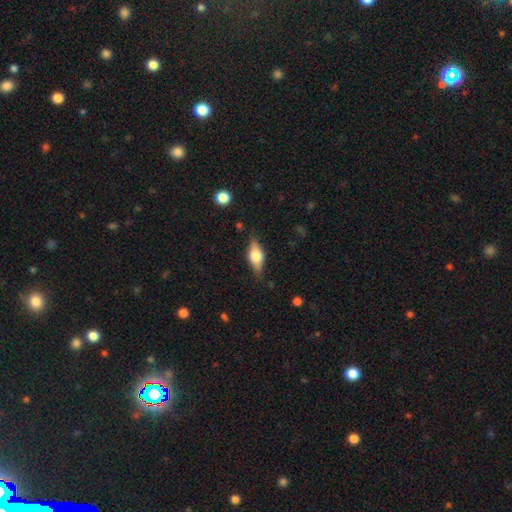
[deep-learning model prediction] This appears to be a smooth galaxy with no disk features (48%). Merging: none (79%).